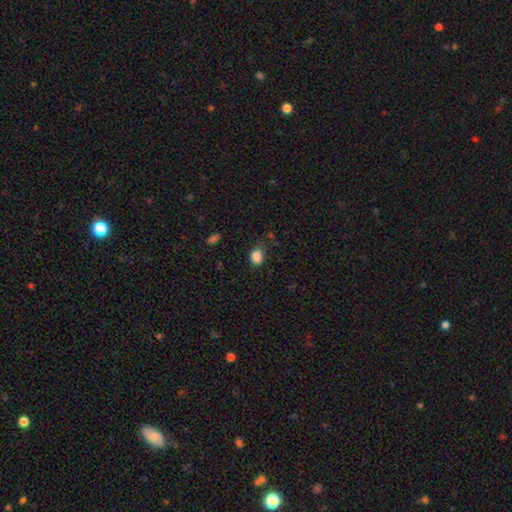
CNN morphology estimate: A smooth galaxy with no disk features (85%) that is in between round and cigar-shaped (67%). Merging: none (64%).